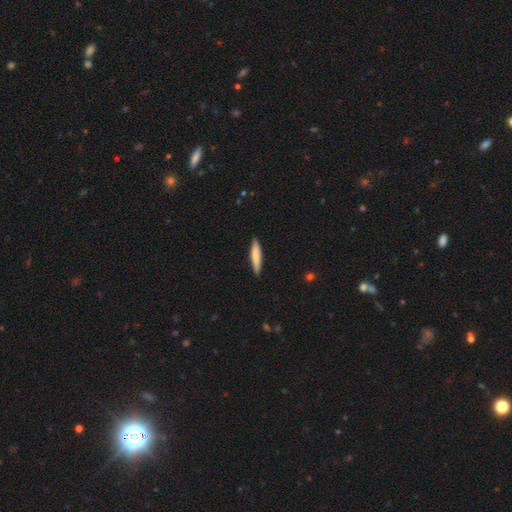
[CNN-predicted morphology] smooth-or-featured: smooth: 74% | featured or disk: 20% | star or artifact: 5%
  how-rounded: cigar-shaped: 90% | in between: 9% | round: 1%
  merging: none: 88% | minor disturbance: 9% | major disturbance: 2% | merger: 1%